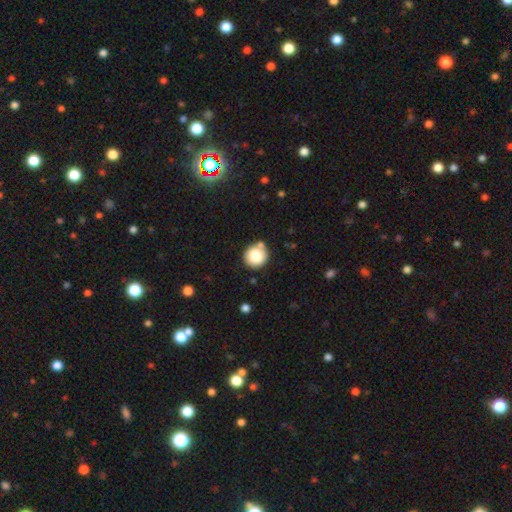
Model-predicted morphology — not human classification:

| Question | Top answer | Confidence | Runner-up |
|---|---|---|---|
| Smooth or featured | smooth | 82% | featured or disk (9%) |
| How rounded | round | 90% | in between (9%) |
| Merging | none | 75% | minor disturbance (12%) |